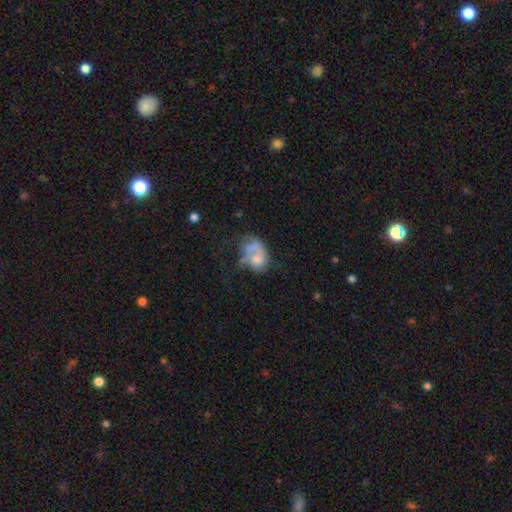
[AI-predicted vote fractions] smooth-or-featured: smooth: 50% | featured or disk: 41% | star or artifact: 9%
  merging: major disturbance: 33% | none: 25% | minor disturbance: 21% | merger: 21%